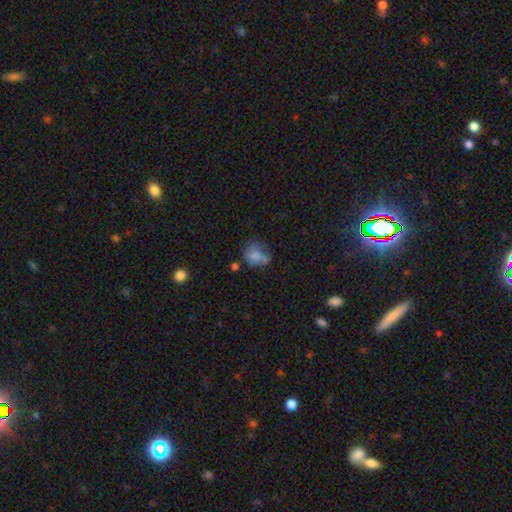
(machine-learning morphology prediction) Smooth or featured? smooth (70%)
How rounded? in between (62%)
Merging? none (38%)